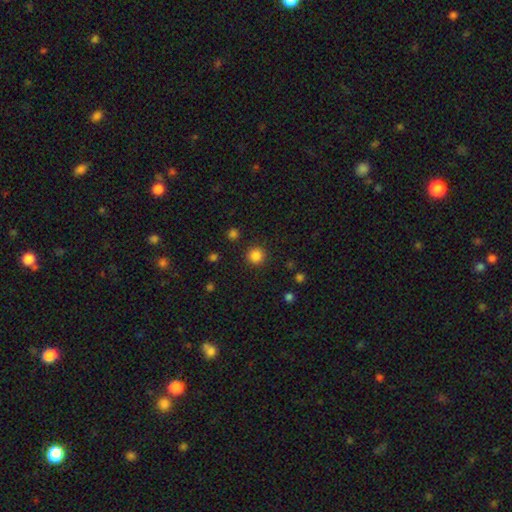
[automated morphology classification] Smooth or featured? Predicted: smooth (p=0.84). How rounded? Predicted: round (p=0.95). Merging? Predicted: none (p=0.91).